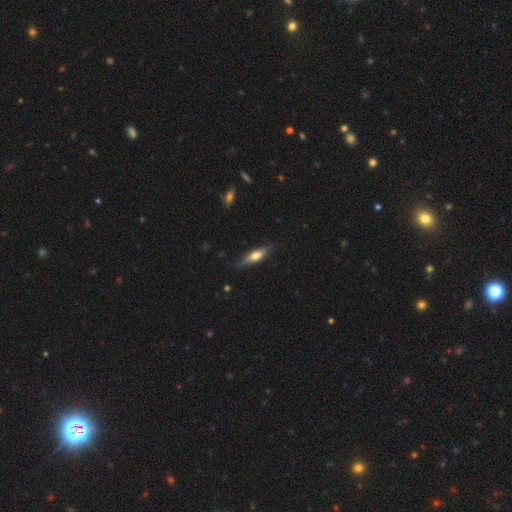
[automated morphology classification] Overall: featured or disk (48%; smooth 47%). Merging: none (83%).